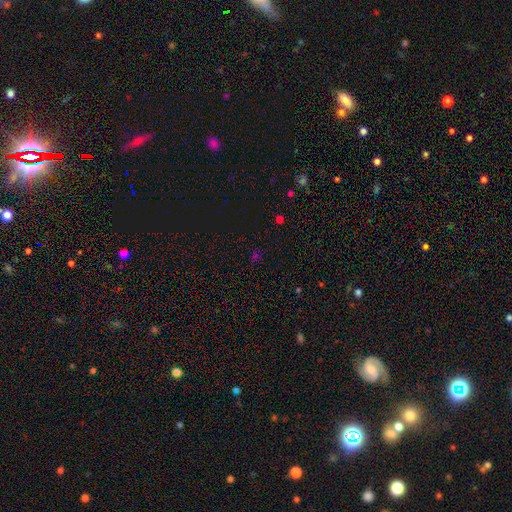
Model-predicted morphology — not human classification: This appears to be a star or artifact, not a galaxy (62%).